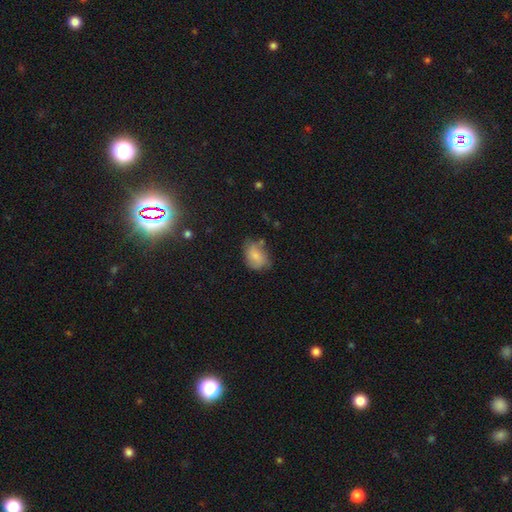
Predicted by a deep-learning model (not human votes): Smooth or featured: smooth — 75% (featured or disk — 16%)
How rounded: in between — 75% (round — 24%)
Merging: none — 58% (minor disturbance — 30%)